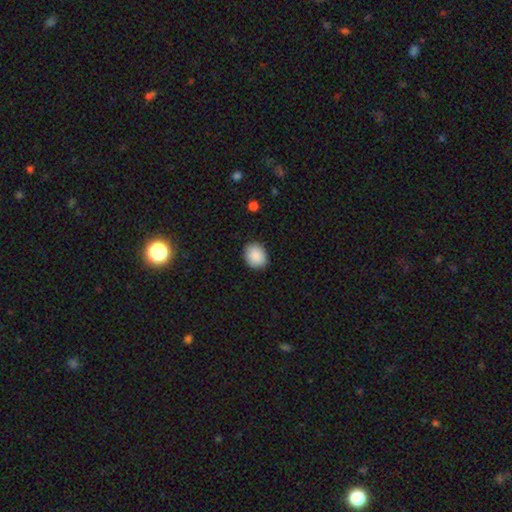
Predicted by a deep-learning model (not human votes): smooth_or_featured: smooth (p=0.89) [alt: star or artifact p=0.07]
how_rounded: round (p=0.55) [alt: in between p=0.44]
merging: none (p=0.87) [alt: minor disturbance p=0.10]